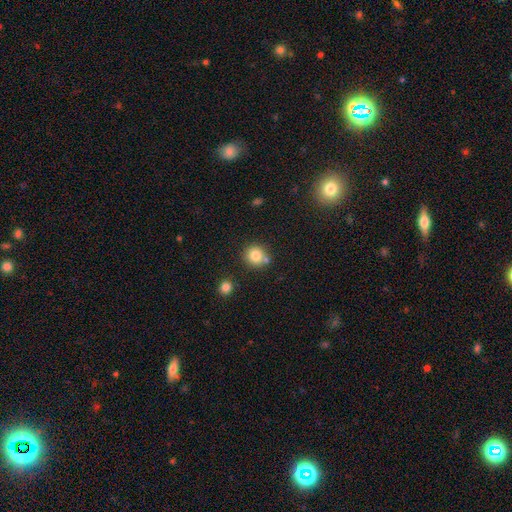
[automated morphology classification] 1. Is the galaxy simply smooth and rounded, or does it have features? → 81% smooth, 11% star or artifact, 9% featured or disk.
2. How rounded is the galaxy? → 89% round, 10% in between, 1% cigar-shaped.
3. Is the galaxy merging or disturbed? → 72% none, 15% merger, 10% minor disturbance, 3% major disturbance.